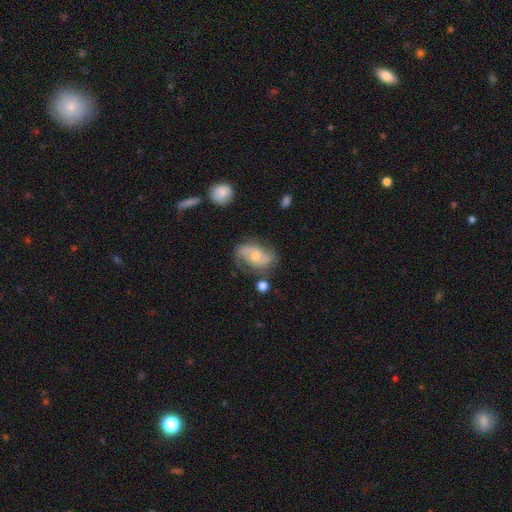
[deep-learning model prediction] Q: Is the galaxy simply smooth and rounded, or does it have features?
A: featured or disk — 71%.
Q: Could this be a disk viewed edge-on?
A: no — 96%.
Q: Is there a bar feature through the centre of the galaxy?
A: no — 62%.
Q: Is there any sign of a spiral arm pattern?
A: yes — 89%.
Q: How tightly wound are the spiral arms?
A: medium — 43%.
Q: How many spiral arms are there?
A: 2 — 83%.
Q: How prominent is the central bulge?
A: moderate — 49%.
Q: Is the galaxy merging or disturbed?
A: none — 60%.